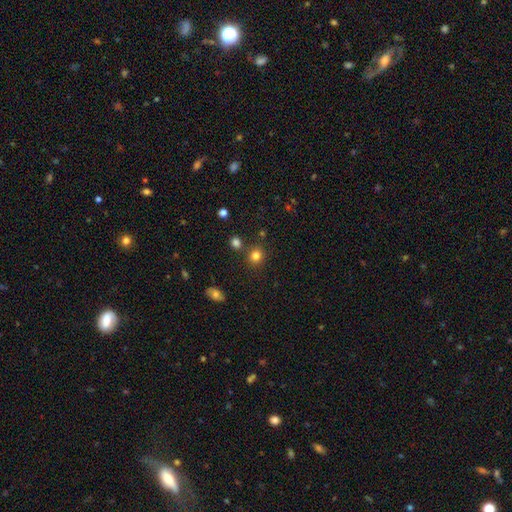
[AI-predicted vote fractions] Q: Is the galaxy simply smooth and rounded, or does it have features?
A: smooth — 81%.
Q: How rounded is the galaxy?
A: round — 84%.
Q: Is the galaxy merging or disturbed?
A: none — 81%.